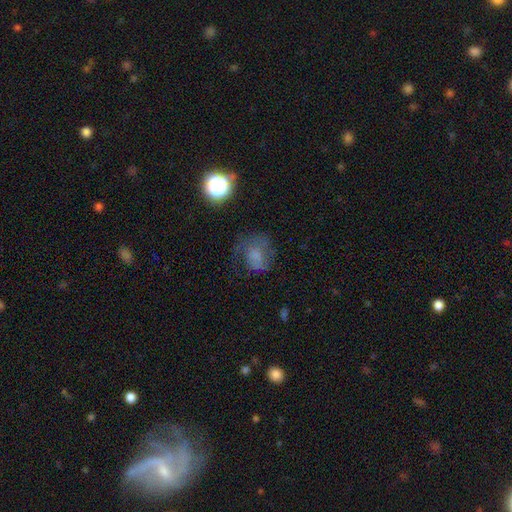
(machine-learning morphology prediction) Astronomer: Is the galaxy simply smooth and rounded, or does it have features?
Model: smooth — 52% (runner-up: featured or disk, 31%).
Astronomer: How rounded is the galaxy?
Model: round — 65%.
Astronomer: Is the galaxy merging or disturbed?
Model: none — 46% (runner-up: major disturbance, 28%).